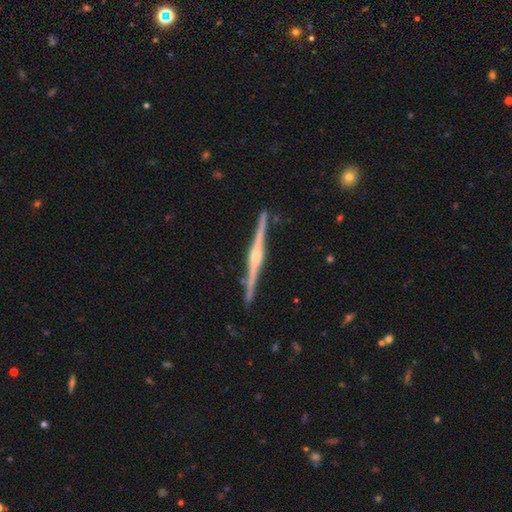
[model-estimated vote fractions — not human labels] A featured or disk galaxy (87%) viewed edge-on (99%) with a rounded central bulge (75%).

Vote fractions:
- Smooth or featured? featured or disk: 87% / smooth: 8% / star or artifact: 5%
- Edge-on disk? yes: 99% / no: 1%
- Edge-on bulge? rounded: 75% / boxy: 15% / none: 10%
- Merging? none: 90% / minor disturbance: 7% / merger: 1% / major disturbance: 1%